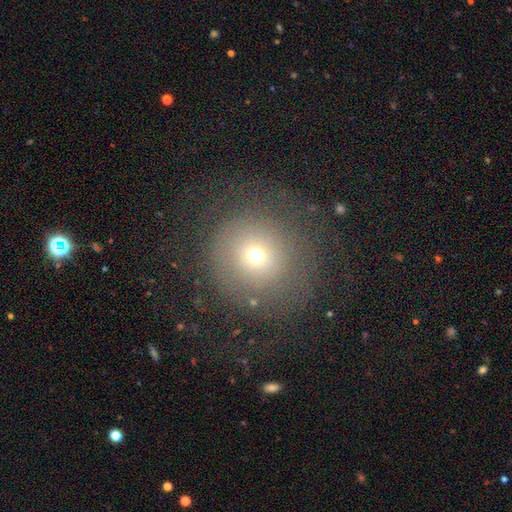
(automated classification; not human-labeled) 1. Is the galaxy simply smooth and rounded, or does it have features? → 64% smooth, 19% star or artifact, 17% featured or disk.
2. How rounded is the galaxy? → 93% round, 6% in between, 1% cigar-shaped.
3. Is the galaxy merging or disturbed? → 70% none, 14% minor disturbance, 14% major disturbance, 2% merger.